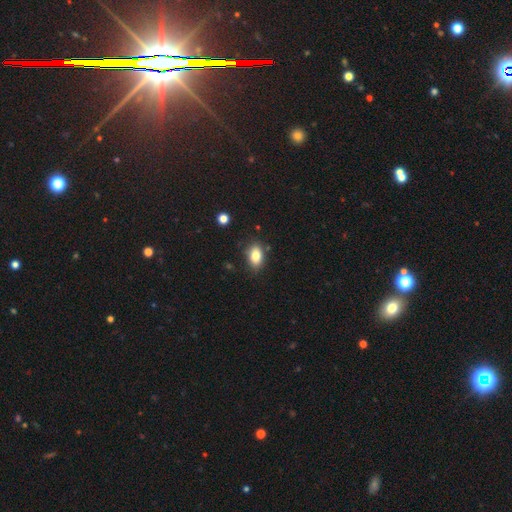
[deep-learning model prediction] smooth_or_featured: smooth (p=0.84) [alt: star or artifact p=0.09]
how_rounded: in between (p=0.87) [alt: round p=0.10]
merging: none (p=0.82) [alt: minor disturbance p=0.13]